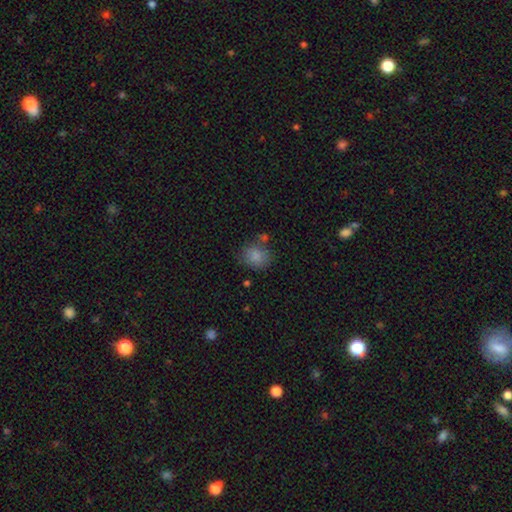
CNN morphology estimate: type=smooth (85%); roundness=round (65%); merging=none (67%).